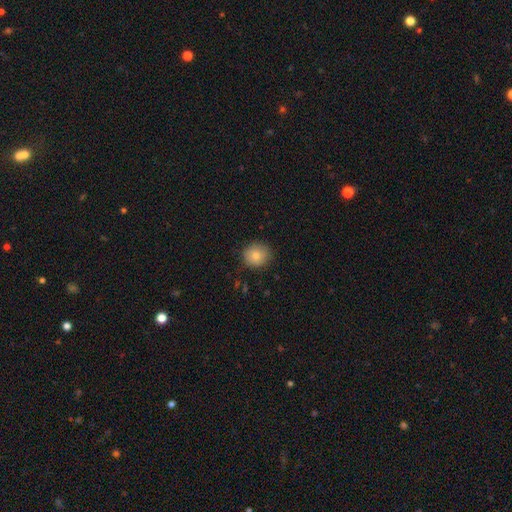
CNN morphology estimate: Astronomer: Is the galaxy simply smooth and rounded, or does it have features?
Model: smooth — 83%.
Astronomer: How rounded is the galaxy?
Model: round — 83%.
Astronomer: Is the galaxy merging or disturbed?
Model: none — 85%.